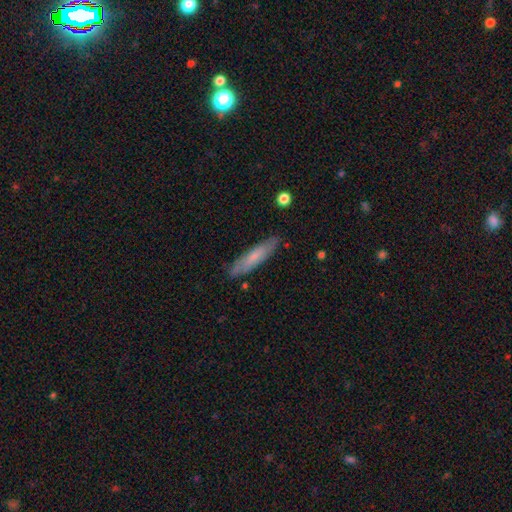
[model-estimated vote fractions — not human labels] This appears to be a smooth galaxy with no disk features (61%) that is cigar-shaped (84%). Merging: none (84%).